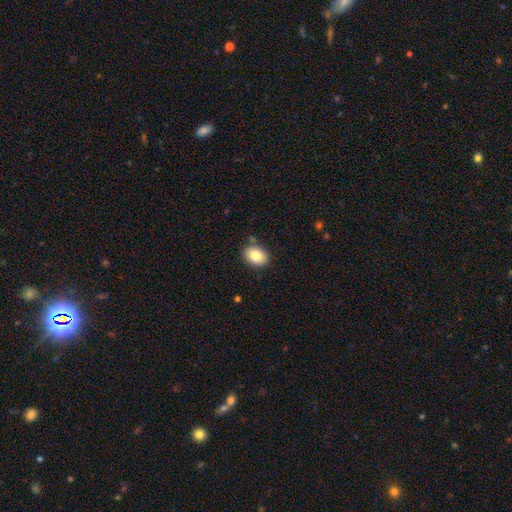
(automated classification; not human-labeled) A smooth galaxy with no disk features (82%) that is in between round and cigar-shaped (73%).

Vote fractions:
- Smooth or featured? smooth: 82% / featured or disk: 10% / star or artifact: 8%
- How rounded? in between: 73% / round: 26% / cigar-shaped: 1%
- Merging? none: 85% / minor disturbance: 10% / merger: 3% / major disturbance: 2%